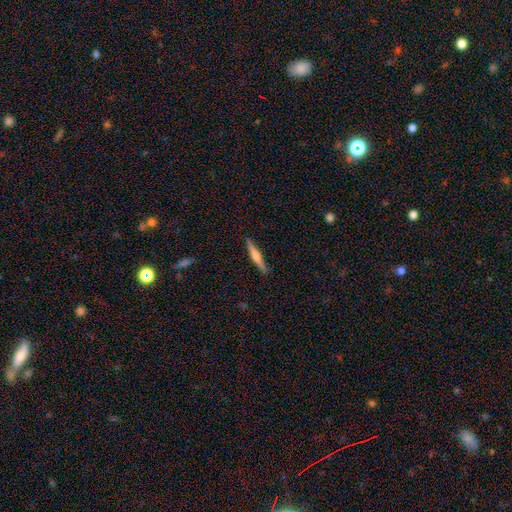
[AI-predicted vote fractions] Smooth or featured: featured or disk — 55% (smooth — 40%)
Edge-on disk: yes — 97% (no — 3%)
Edge-on bulge: rounded — 80% (none — 12%)
Merging: none — 91% (minor disturbance — 7%)